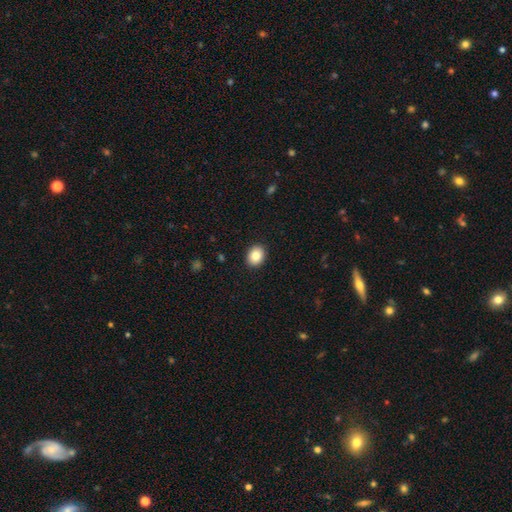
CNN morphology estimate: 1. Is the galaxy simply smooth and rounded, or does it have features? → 85% smooth, 8% star or artifact, 7% featured or disk.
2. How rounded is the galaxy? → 50% in between, 49% round, 1% cigar-shaped.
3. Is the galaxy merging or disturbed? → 91% none, 6% minor disturbance, 2% major disturbance, 1% merger.